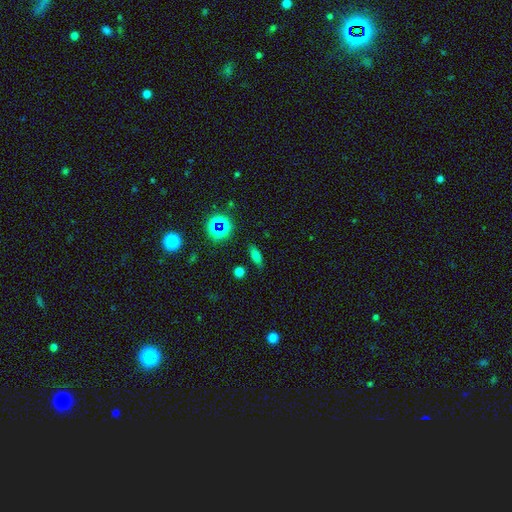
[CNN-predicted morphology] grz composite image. It shows a smooth galaxy with no disk features (68%) that is in between round and cigar-shaped (66%). Merging: none (81%).